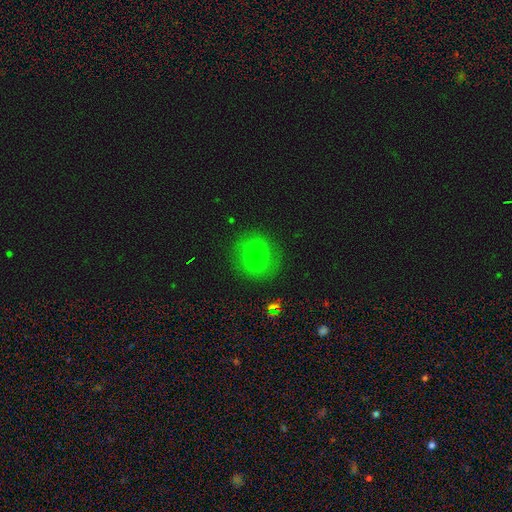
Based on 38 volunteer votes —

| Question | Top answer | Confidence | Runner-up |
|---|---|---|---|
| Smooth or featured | featured or disk | 61% | smooth (32%) |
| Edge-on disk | no | 96% | yes (4%) |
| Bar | weak | 59% | strong (32%) |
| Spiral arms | no | 64% | yes (36%) |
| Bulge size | moderate | 82% | small (18%) |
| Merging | none | 83% | minor disturbance (14%) |